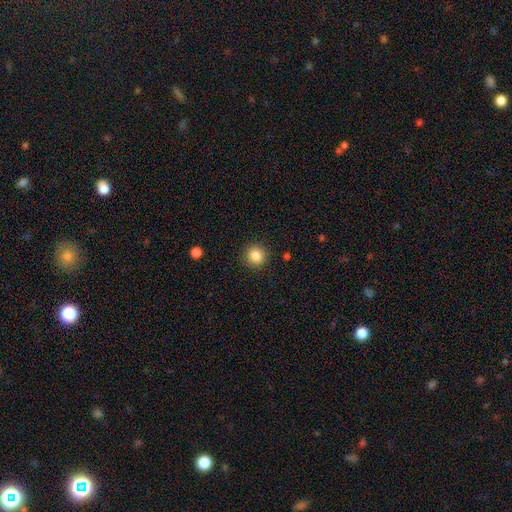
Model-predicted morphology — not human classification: type=smooth (85%); roundness=round (92%); merging=none (90%).